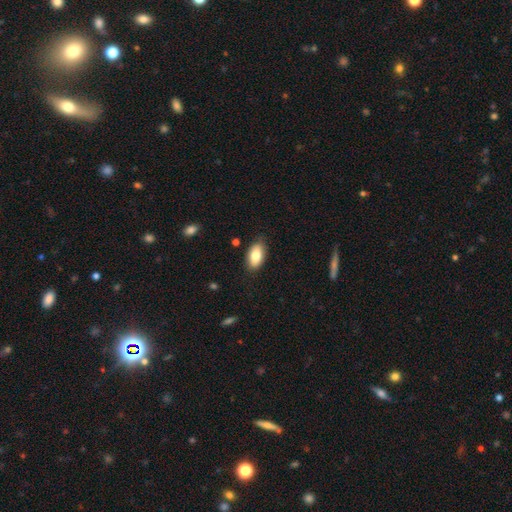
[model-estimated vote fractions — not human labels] Morphology: type=smooth (82%); roundness=in between (93%); merging=none (83%).